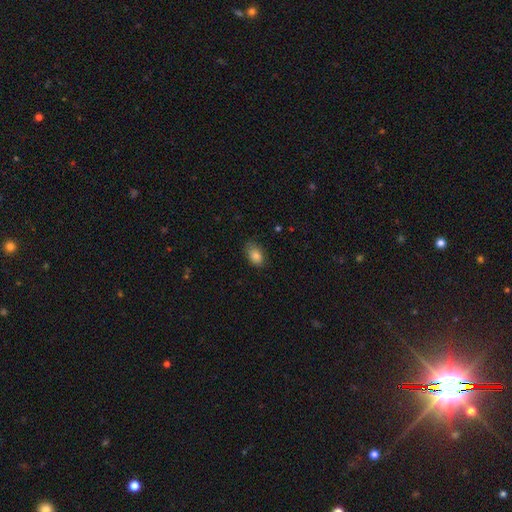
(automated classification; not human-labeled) A smooth galaxy with no disk features (85%) that is in between round and cigar-shaped (85%).

Vote fractions:
- Smooth or featured? smooth: 85% / star or artifact: 9% / featured or disk: 6%
- How rounded? in between: 85% / round: 14% / cigar-shaped: 1%
- Merging? none: 74% / minor disturbance: 20% / major disturbance: 4% / merger: 1%